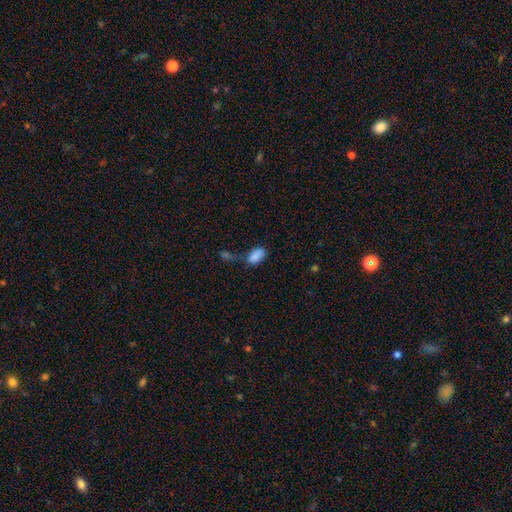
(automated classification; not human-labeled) Morphology: type=smooth (85%); roundness=in between (94%); merging=none (36%).